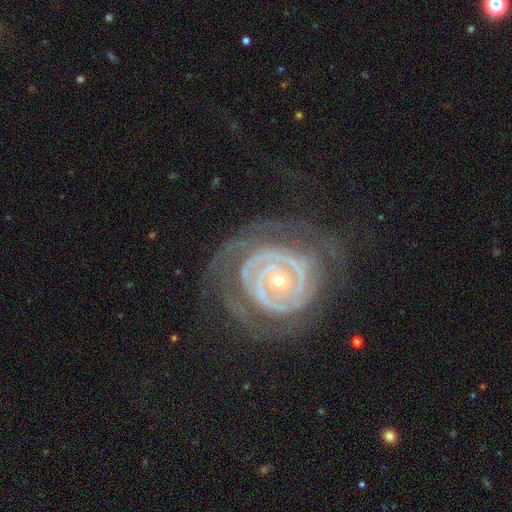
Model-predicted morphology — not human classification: This appears to be a featured or disk galaxy (89%) with no bar (69%), 2 (37%) tight (83%) spiral arms (94%) and a small central bulge (67%). Merging: none (66%).